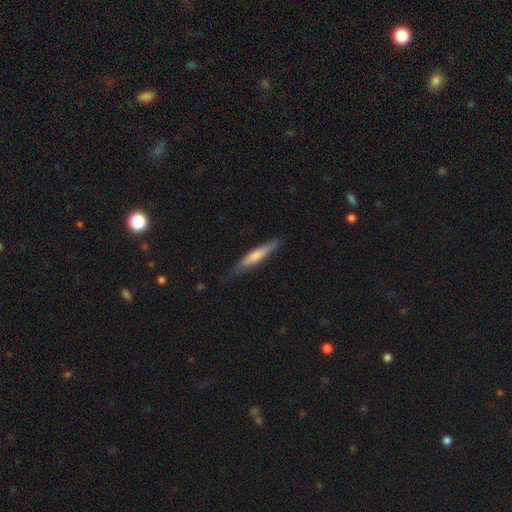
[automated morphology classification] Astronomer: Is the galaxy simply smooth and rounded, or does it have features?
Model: smooth — 64%.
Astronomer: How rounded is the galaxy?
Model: cigar-shaped — 88%.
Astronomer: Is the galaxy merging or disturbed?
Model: none — 77%.